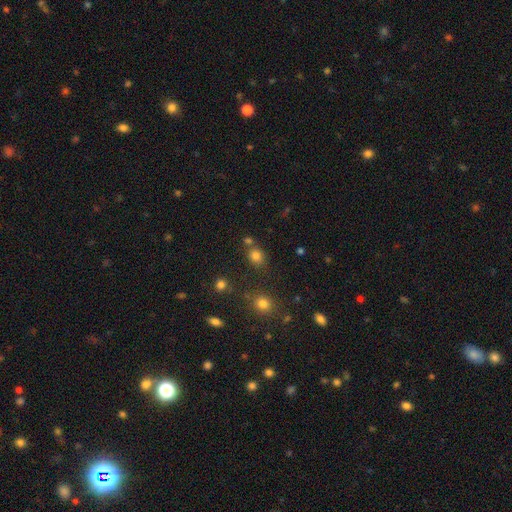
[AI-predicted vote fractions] Morphology: type=smooth (79%); roundness=round (61%); merging=none (69%).